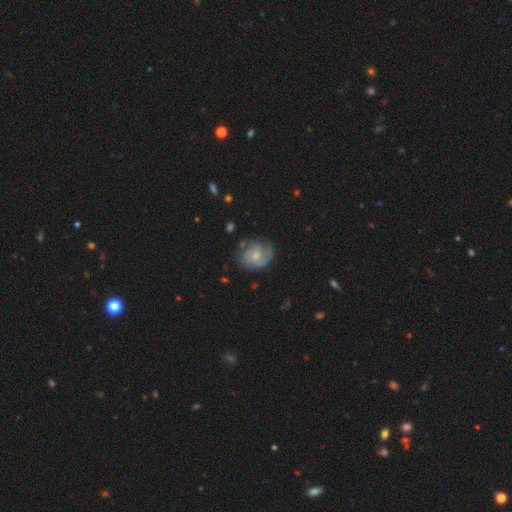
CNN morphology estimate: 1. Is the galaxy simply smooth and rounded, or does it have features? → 62% featured or disk, 31% smooth, 7% star or artifact.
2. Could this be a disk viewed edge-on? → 97% no, 3% yes.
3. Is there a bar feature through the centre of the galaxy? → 71% no, 25% weak, 3% strong.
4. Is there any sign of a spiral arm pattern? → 86% yes, 14% no.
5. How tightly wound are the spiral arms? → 45% tight, 38% medium, 18% loose.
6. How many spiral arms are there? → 43% 2, 23% 1, 23% can't tell, 7% 3, 2% 4, 2% more than 4.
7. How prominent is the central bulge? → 53% small, 41% moderate, 3% none, 2% large, 1% dominant.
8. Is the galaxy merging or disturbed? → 63% none, 24% minor disturbance, 11% major disturbance, 2% merger.